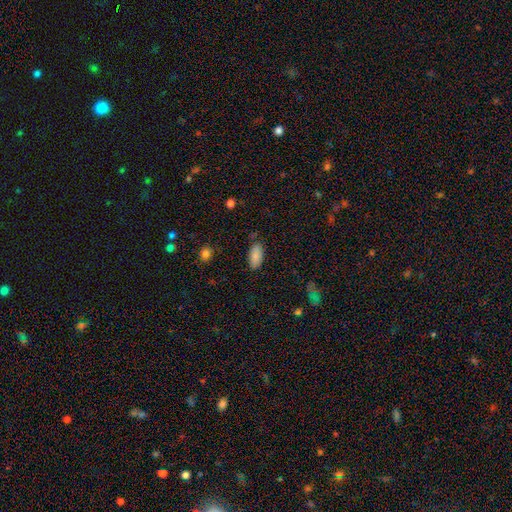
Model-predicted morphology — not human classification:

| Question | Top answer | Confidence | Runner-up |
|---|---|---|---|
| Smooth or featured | smooth | 87% | star or artifact (7%) |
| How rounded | in between | 91% | cigar-shaped (7%) |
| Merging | none | 83% | minor disturbance (13%) |